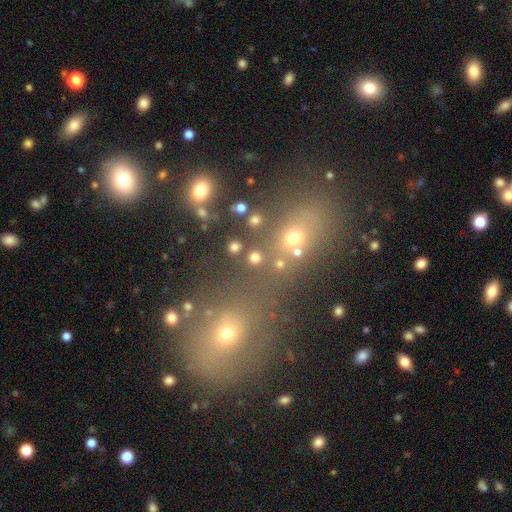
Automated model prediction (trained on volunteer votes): Q: Smooth or featured?
A: smooth (47%); runner-up: star or artifact (37%)
Q: Merging?
A: none (46%); runner-up: merger (39%)